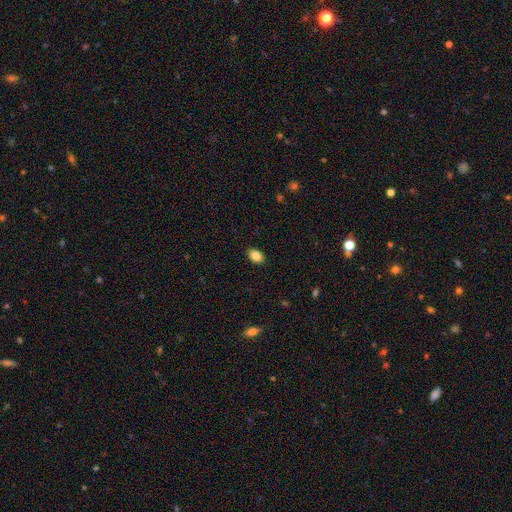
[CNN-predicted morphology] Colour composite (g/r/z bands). It shows a smooth galaxy with no disk features (87%) that is in between round and cigar-shaped (85%). Merging: none (89%).